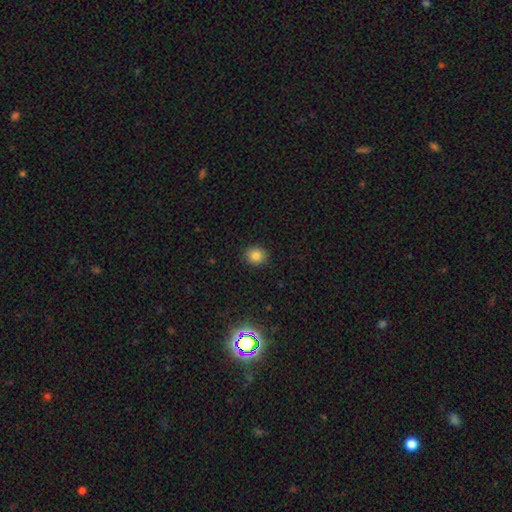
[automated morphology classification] Overall: smooth (82%). How rounded: round (81%). Merging: none (90%).